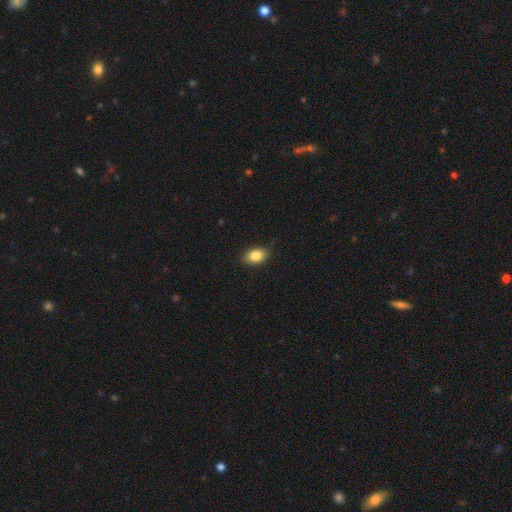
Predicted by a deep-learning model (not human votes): The model was most divided on "merging": none: 83%, minor disturbance: 14%, major disturbance: 2%, merger: 1%. More confident: smooth or featured — smooth (85%); how rounded — in between (84%).